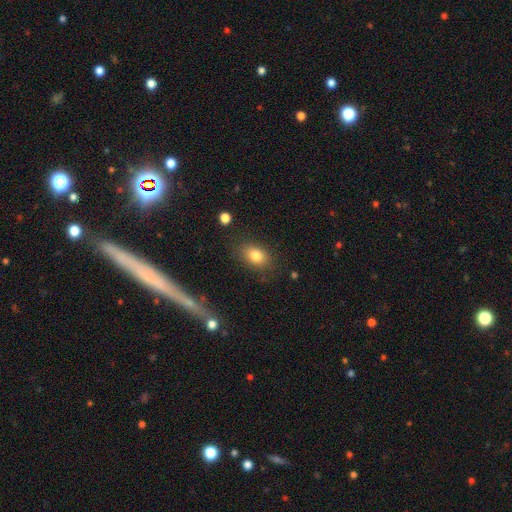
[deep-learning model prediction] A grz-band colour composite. It shows a smooth galaxy with no disk features (80%) that is in between round and cigar-shaped (79%). Merging: none (81%).